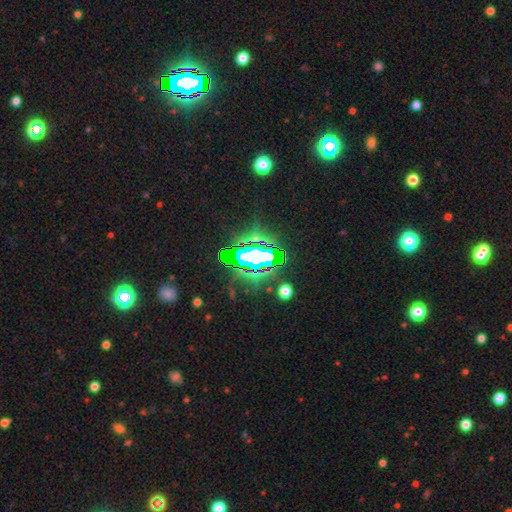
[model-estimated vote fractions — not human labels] Q: Smooth or featured?
A: star or artifact (66%); runner-up: featured or disk (19%)